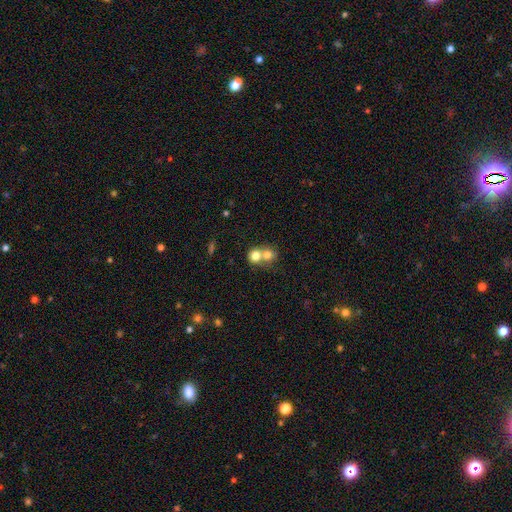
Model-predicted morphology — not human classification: This is likely a smooth galaxy (75%). How rounded: likely round (77%). Merging: likely merger (68%).